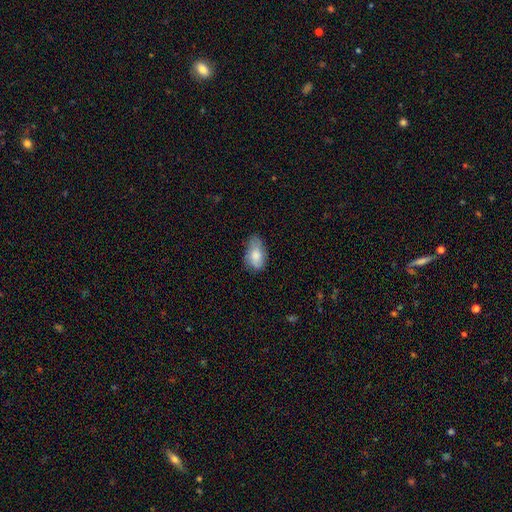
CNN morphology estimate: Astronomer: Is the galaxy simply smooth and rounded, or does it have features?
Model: smooth — 78%.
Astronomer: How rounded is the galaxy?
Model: in between — 91%.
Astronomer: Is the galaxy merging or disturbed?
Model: none — 56% (runner-up: minor disturbance, 33%).